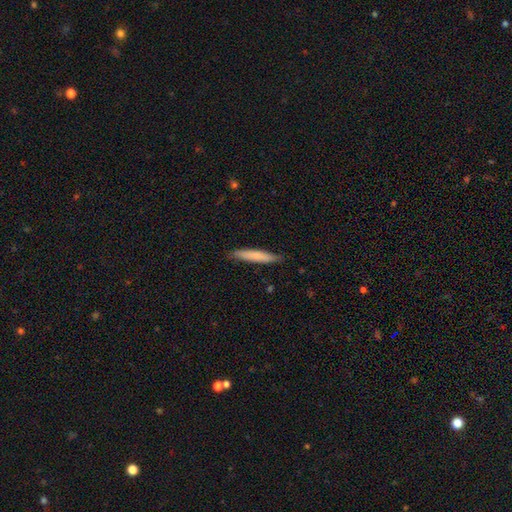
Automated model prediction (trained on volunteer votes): Smooth or featured? Predicted: smooth (p=0.75). How rounded? Predicted: cigar-shaped (p=0.93). Merging? Predicted: none (p=0.86).